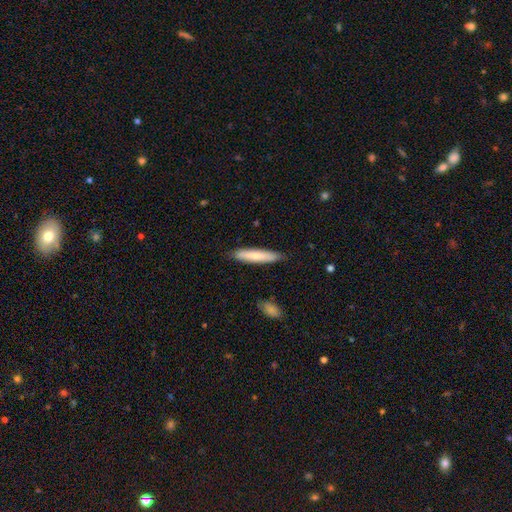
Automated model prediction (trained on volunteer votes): smooth-or-featured: smooth: 73% | featured or disk: 22% | star or artifact: 6%
  how-rounded: cigar-shaped: 86% | in between: 13% | round: 1%
  merging: none: 85% | minor disturbance: 11% | major disturbance: 2% | merger: 2%